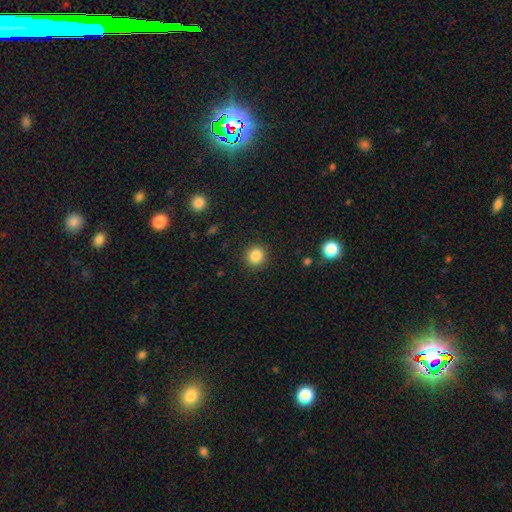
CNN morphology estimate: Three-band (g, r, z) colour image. It shows a smooth galaxy with no disk features (85%) that is round (91%). Merging: none (91%).